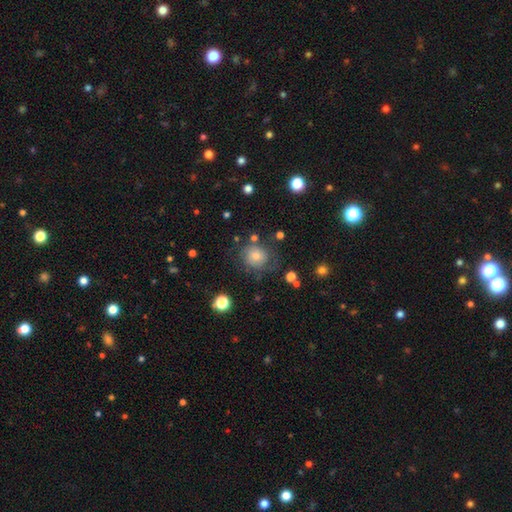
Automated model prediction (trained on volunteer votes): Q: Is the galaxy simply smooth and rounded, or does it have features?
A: smooth — 59%.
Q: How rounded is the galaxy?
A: round — 86%.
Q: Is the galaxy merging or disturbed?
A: none — 72%.